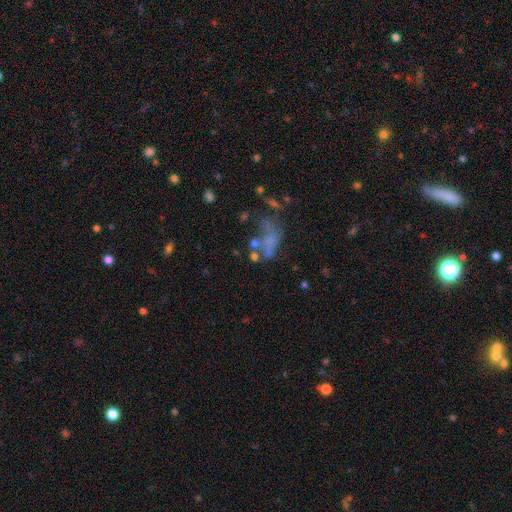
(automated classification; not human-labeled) A featured or disk galaxy (40%). Merging: major disturbance (31%).